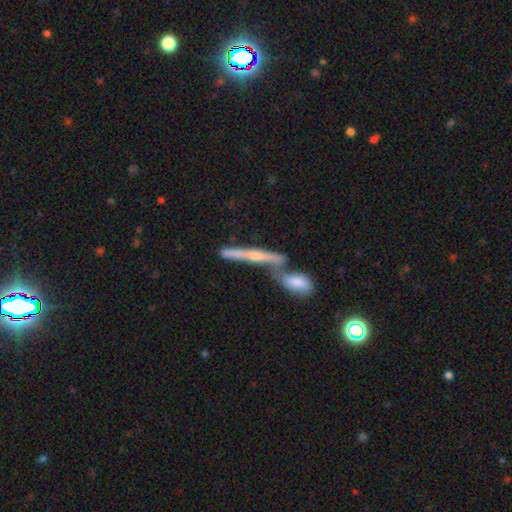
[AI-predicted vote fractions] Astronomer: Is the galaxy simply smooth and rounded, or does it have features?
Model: featured or disk — 62%.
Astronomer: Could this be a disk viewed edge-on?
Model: yes — 92%.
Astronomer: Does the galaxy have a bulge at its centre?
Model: rounded — 77%.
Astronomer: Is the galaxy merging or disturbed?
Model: none — 48% (runner-up: merger, 38%).